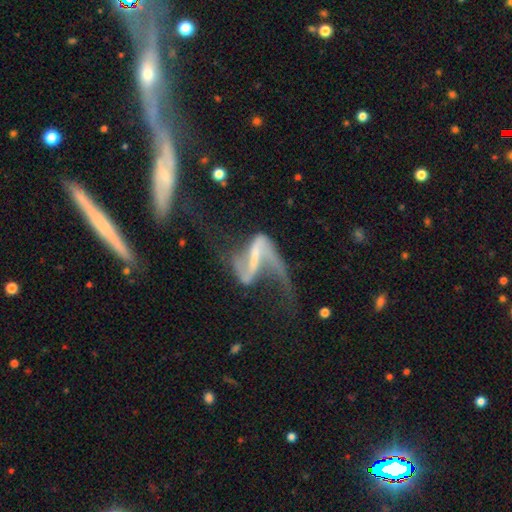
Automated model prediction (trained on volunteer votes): The model was most divided on "merging": major disturbance: 44%, none: 27%, merger: 15%, minor disturbance: 14%. More confident: edge-on disk — no (92%); spiral winding — loose (83%); spiral arms — yes (83%); smooth or featured — featured or disk (80%); spiral arm count — 2 (73%); bulge size — none (56%); bar — strong (56%).